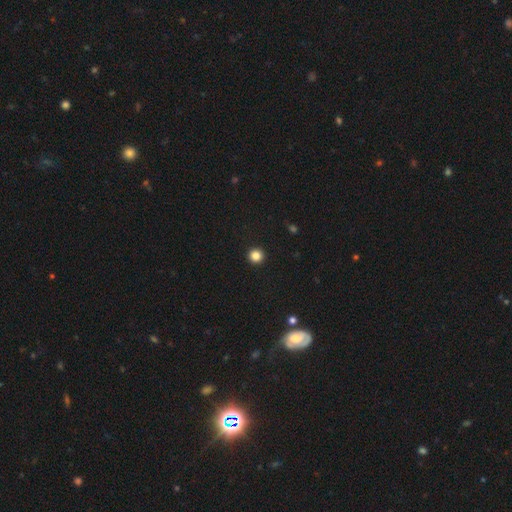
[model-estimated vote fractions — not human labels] This appears to be a smooth galaxy with no disk features (85%) that is round (96%). Merging: none (94%).